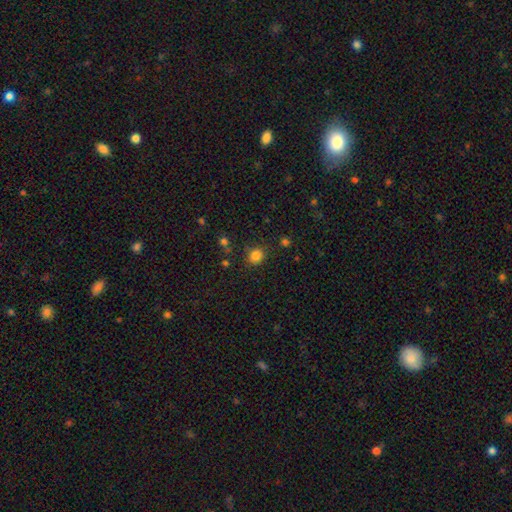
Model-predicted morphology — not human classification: smooth_or_featured: smooth (p=0.83) [alt: star or artifact p=0.13]
how_rounded: round (p=0.77) [alt: in between p=0.22]
merging: none (p=0.83) [alt: minor disturbance p=0.10]